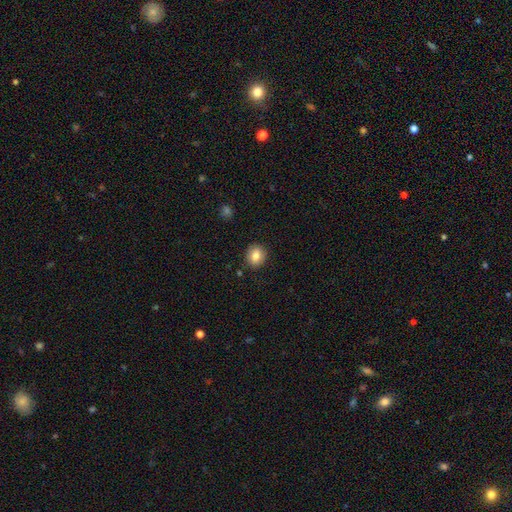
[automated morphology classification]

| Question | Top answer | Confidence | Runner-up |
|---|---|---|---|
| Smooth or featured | smooth | 83% | star or artifact (9%) |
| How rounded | round | 75% | in between (24%) |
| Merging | none | 89% | minor disturbance (8%) |